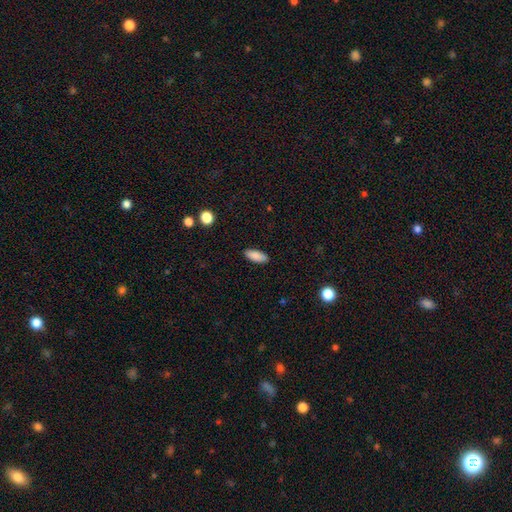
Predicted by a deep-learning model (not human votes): The model was most divided on "how rounded": in between: 78%, cigar-shaped: 20%, round: 2%. More confident: merging — none (89%); smooth or featured — smooth (88%).